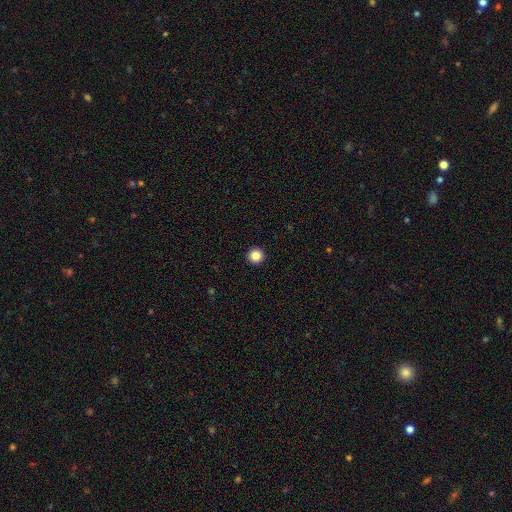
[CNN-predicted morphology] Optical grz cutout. It shows a smooth galaxy with no disk features (86%) that is round (97%). Merging: none (94%).